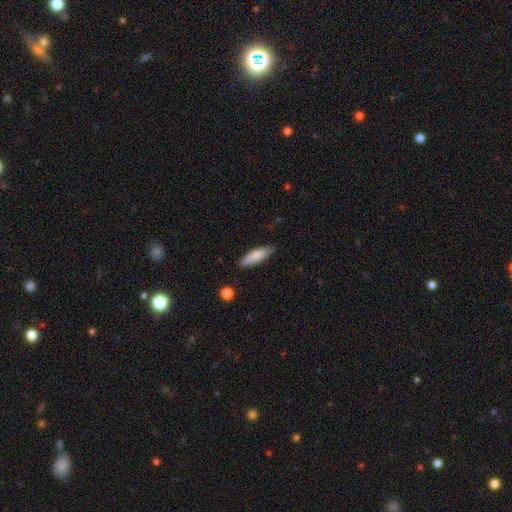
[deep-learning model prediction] The model was most divided on "how rounded": cigar-shaped: 55%, in between: 43%, round: 2%. More confident: smooth or featured — smooth (83%); merging — none (83%).